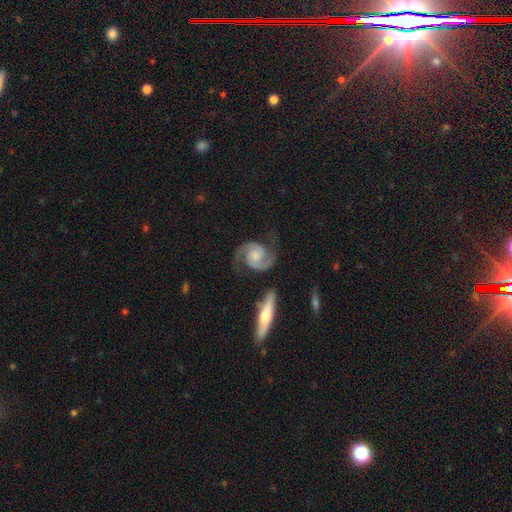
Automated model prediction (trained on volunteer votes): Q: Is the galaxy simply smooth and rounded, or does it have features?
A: featured or disk — 91%.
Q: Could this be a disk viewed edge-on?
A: no — 97%.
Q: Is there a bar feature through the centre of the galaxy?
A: no — 63%.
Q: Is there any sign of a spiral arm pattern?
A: yes — 98%.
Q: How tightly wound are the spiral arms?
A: medium — 58%.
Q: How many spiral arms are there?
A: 2 — 94%.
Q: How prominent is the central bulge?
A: small — 38%.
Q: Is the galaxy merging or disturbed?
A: none — 75%.